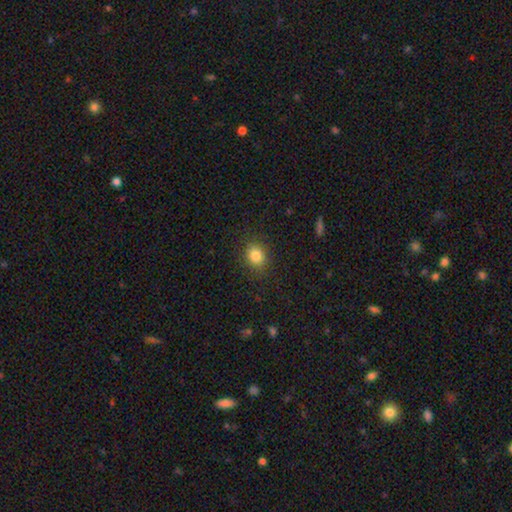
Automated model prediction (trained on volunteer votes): Morphology: type=smooth (83%); roundness=round (62%); merging=none (87%).